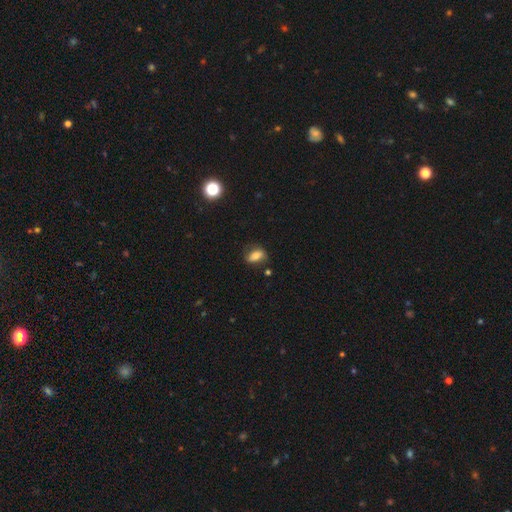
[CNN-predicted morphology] Smooth or featured? smooth (72%)
How rounded? in between (83%)
Merging? none (67%)